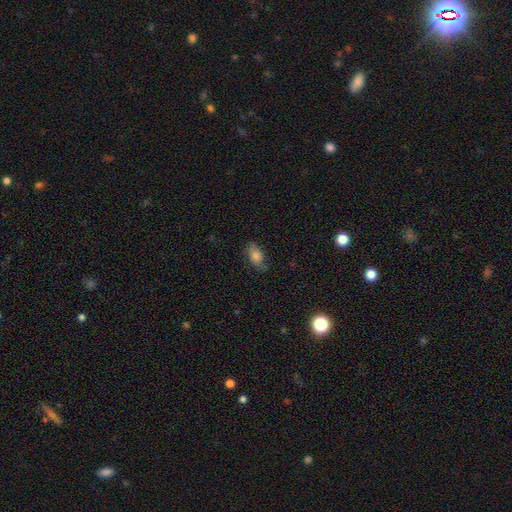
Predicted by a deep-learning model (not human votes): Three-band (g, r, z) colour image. It shows a smooth galaxy with no disk features (72%) that is in between round and cigar-shaped (88%). Merging: none (70%).